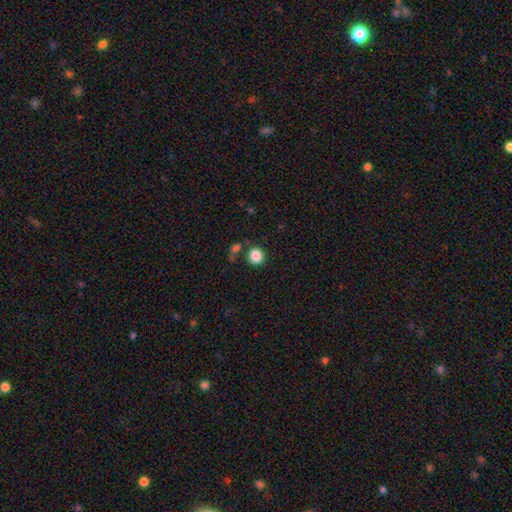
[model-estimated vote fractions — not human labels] Smooth or featured: smooth — 86% (star or artifact — 10%)
How rounded: round — 87% (in between — 12%)
Merging: none — 78% (minor disturbance — 10%)